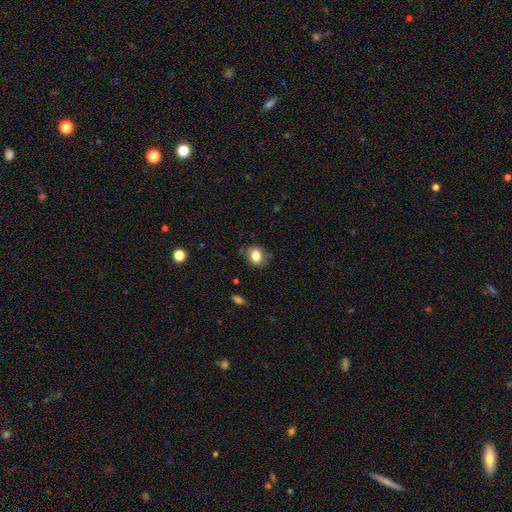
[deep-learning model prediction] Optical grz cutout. It shows a smooth galaxy with no disk features (81%) that is round (52%). Merging: none (78%).